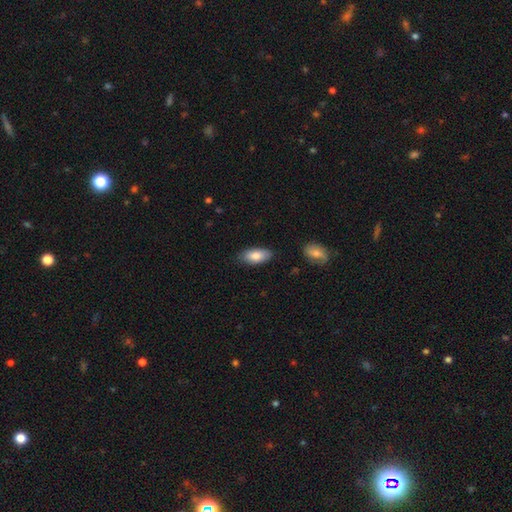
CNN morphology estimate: Smooth or featured: smooth — 83% (featured or disk — 11%)
How rounded: in between — 90% (cigar-shaped — 7%)
Merging: none — 83% (minor disturbance — 13%)